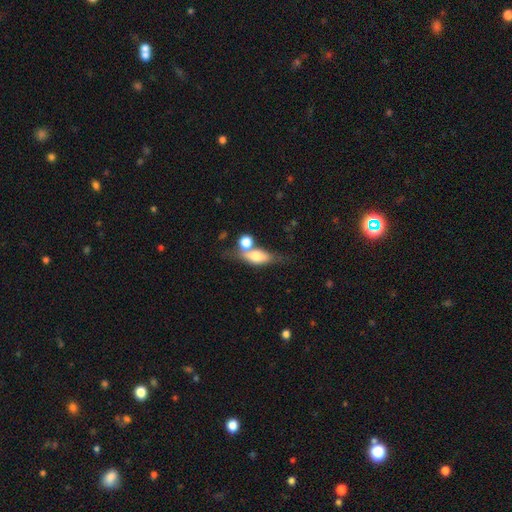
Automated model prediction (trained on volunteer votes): smooth-or-featured: smooth: 59% | featured or disk: 32% | star or artifact: 9%
  how-rounded: in between: 65% | cigar-shaped: 22% | round: 13%
  merging: none: 39% | merger: 34% | minor disturbance: 17% | major disturbance: 10%